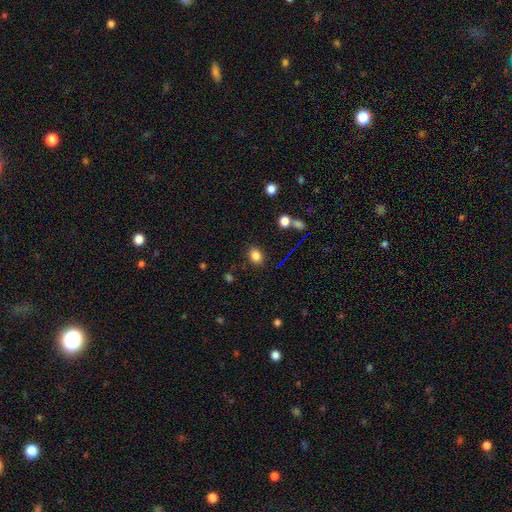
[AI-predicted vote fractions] Smooth or featured: smooth — 83% (star or artifact — 12%)
How rounded: in between — 58% (round — 41%)
Merging: none — 85% (minor disturbance — 9%)